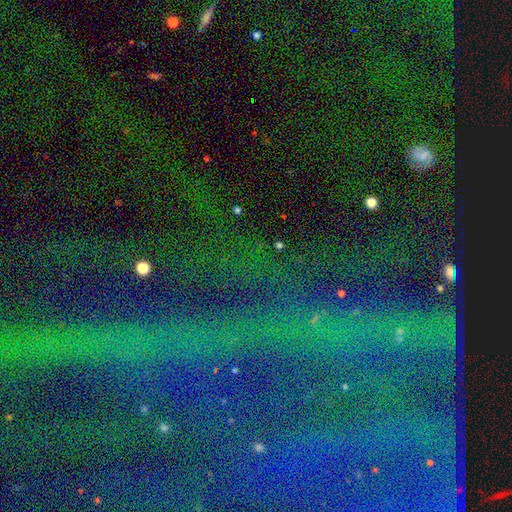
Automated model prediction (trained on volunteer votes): Q: Smooth or featured?
A: star or artifact (83%); runner-up: featured or disk (9%)